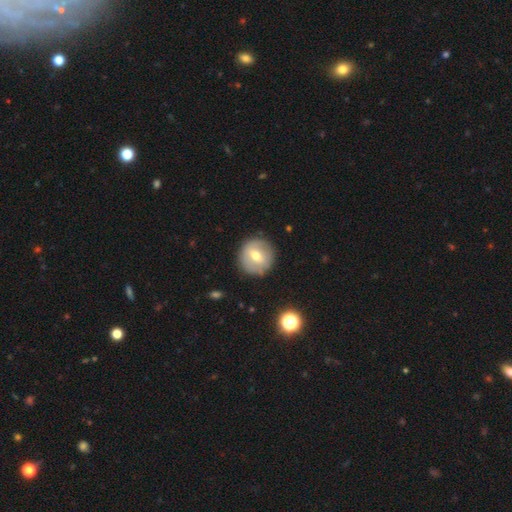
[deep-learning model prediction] A smooth galaxy with no disk features (52%) that is round (92%).

Vote fractions:
- Smooth or featured? smooth: 52% / featured or disk: 40% / star or artifact: 8%
- How rounded? round: 92% / in between: 7% / cigar-shaped: 1%
- Merging? none: 86% / minor disturbance: 9% / major disturbance: 3% / merger: 1%